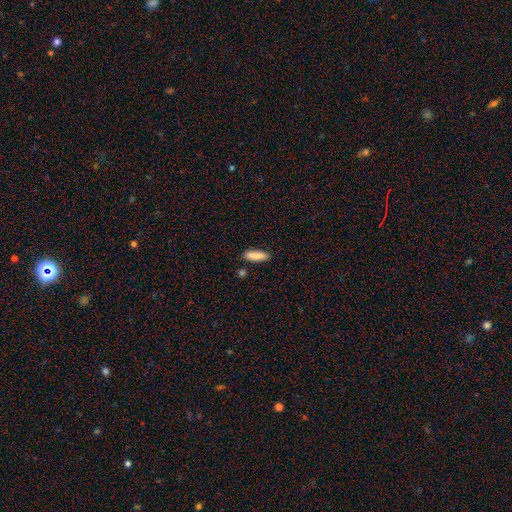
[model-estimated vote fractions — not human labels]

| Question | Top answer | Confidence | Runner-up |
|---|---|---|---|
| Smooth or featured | smooth | 88% | star or artifact (6%) |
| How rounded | cigar-shaped | 52% | in between (46%) |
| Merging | none | 85% | minor disturbance (10%) |